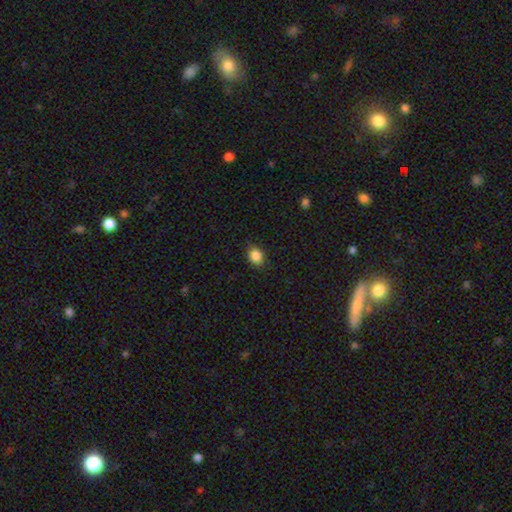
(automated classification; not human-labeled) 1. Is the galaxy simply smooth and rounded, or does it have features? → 86% smooth, 10% star or artifact, 4% featured or disk.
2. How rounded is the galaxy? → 51% round, 48% in between, 1% cigar-shaped.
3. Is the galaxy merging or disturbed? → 86% none, 11% minor disturbance, 2% major disturbance, 1% merger.